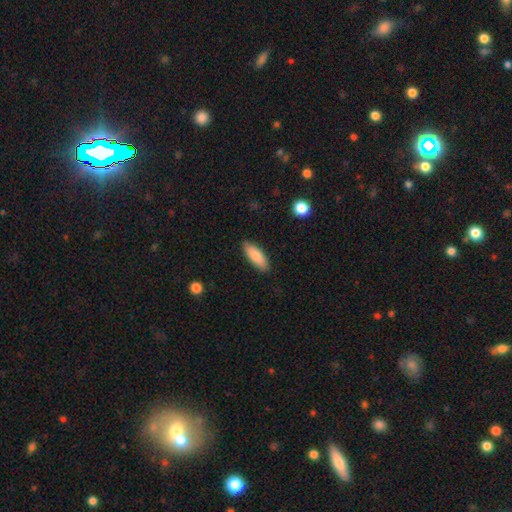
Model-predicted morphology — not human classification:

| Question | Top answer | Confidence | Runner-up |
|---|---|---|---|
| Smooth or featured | smooth | 85% | featured or disk (9%) |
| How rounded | in between | 64% | cigar-shaped (34%) |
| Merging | none | 88% | minor disturbance (9%) |